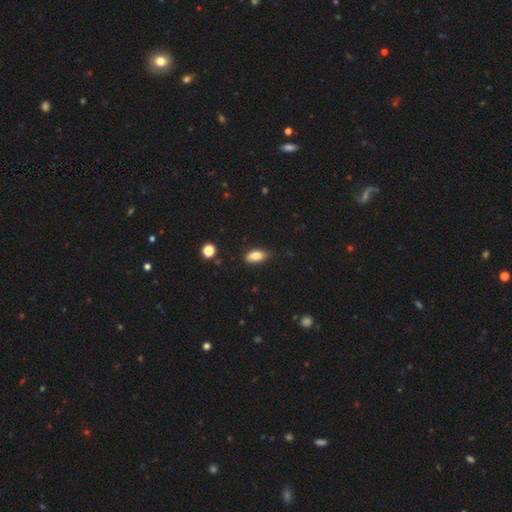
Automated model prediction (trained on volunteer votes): Morphology: type=smooth (86%); roundness=in between (90%); merging=none (81%).